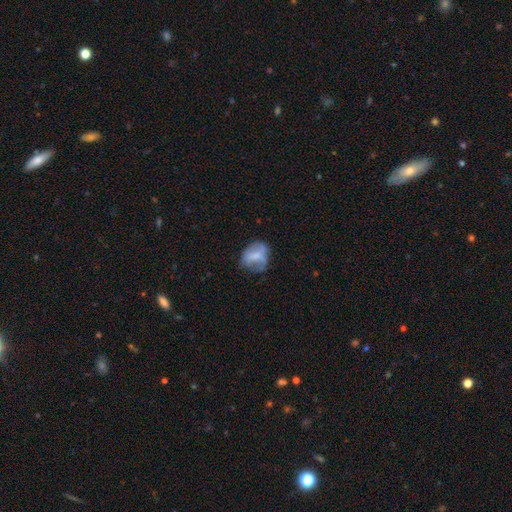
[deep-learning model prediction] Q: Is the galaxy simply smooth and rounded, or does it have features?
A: smooth — 54%.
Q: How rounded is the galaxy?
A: round — 52%.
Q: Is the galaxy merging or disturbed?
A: none — 52%.